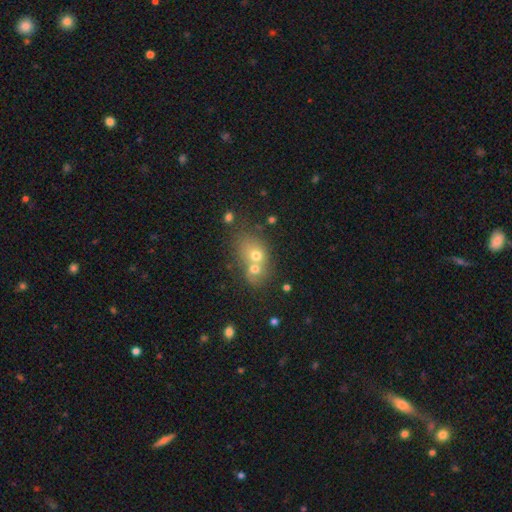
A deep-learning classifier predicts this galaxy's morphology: Smooth or featured: smooth — 64% (featured or disk — 23%)
How rounded: in between — 51% (round — 47%)
Merging: merger — 66% (none — 23%)